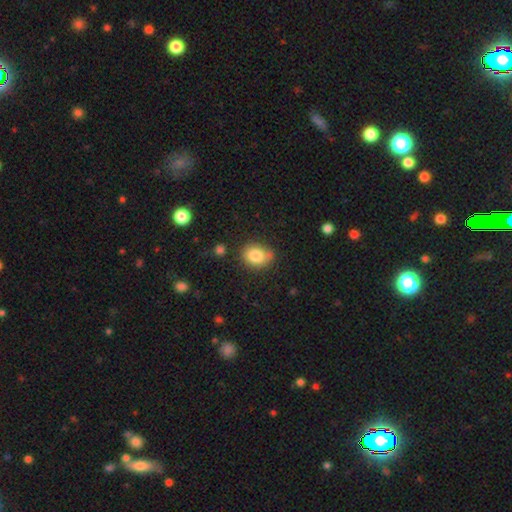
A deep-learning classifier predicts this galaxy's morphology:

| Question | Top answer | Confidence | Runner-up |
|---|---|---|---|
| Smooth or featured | smooth | 82% | star or artifact (9%) |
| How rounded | in between | 58% | round (41%) |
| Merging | none | 65% | minor disturbance (25%) |